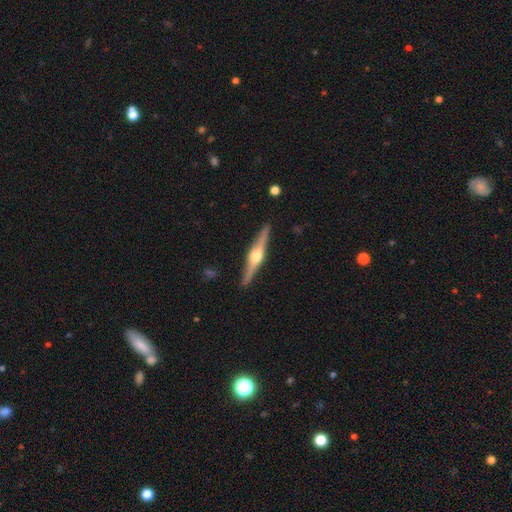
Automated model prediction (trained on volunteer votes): Q: Smooth or featured?
A: featured or disk (81%); runner-up: smooth (14%)
Q: Edge-on disk?
A: yes (98%); runner-up: no (2%)
Q: Edge-on bulge?
A: rounded (95%); runner-up: boxy (3%)
Q: Merging?
A: none (91%); runner-up: minor disturbance (6%)